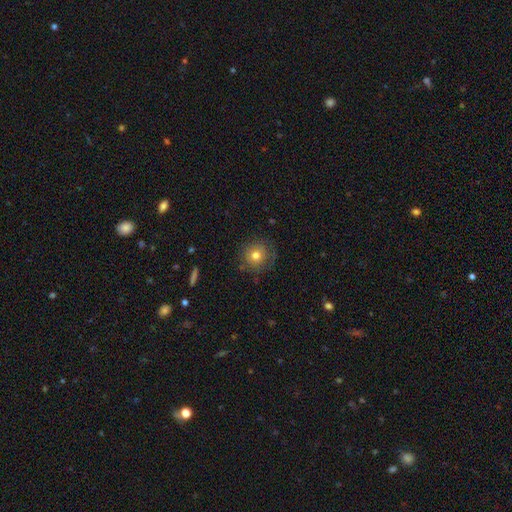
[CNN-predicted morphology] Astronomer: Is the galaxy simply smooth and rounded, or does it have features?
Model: smooth — 75%.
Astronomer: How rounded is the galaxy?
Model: round — 93%.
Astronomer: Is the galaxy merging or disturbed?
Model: none — 79%.